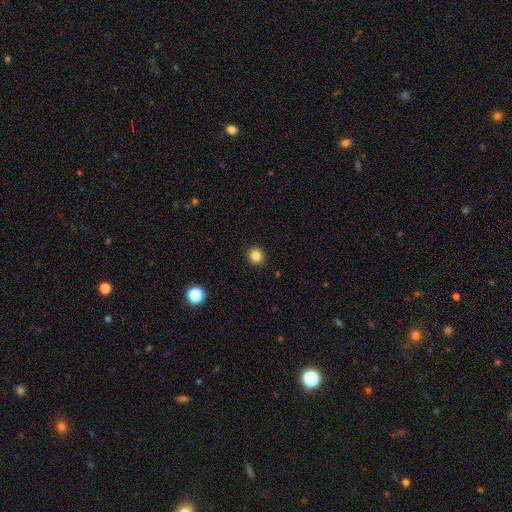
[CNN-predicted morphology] Smooth or featured? Predicted: smooth (p=0.83). How rounded? Predicted: round (p=0.80). Merging? Predicted: none (p=0.90).